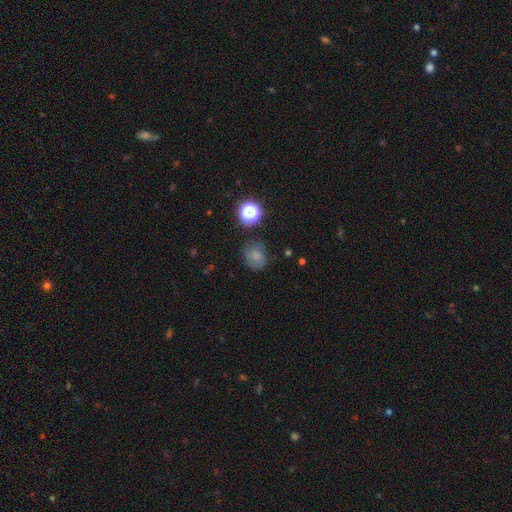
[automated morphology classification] smooth-or-featured: smooth: 71% | star or artifact: 16% | featured or disk: 13%
  how-rounded: round: 62% | in between: 37% | cigar-shaped: 1%
  merging: none: 66% | minor disturbance: 23% | major disturbance: 8% | merger: 3%